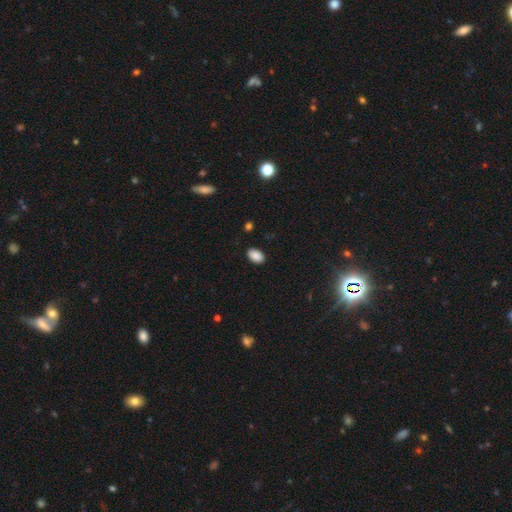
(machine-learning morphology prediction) Smooth or featured? Predicted: smooth (p=0.89). How rounded? Predicted: in between (p=0.89). Merging? Predicted: none (p=0.87).